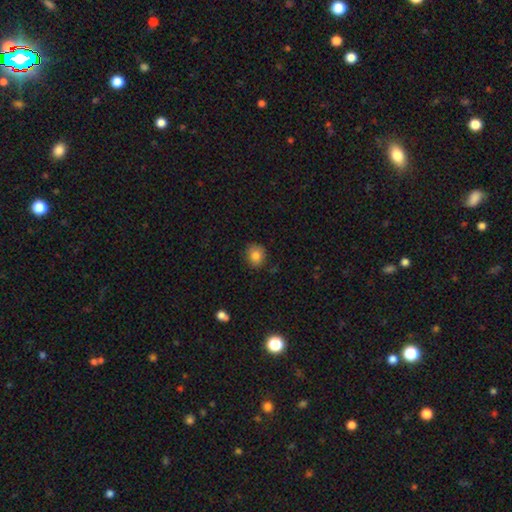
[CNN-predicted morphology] This appears to be a smooth galaxy with no disk features (83%) that is round (74%). Merging: none (84%).